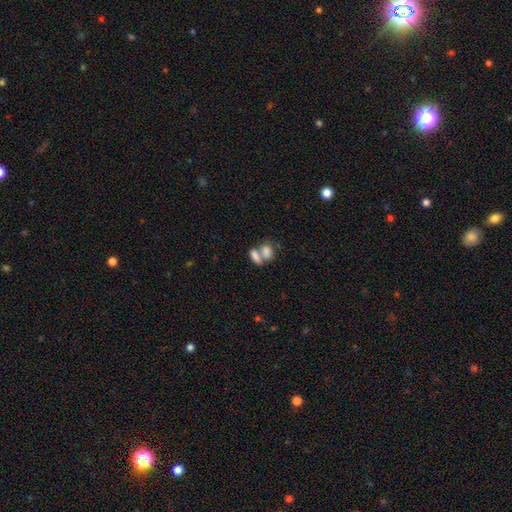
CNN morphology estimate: A smooth galaxy with no disk features (78%) that is in between round and cigar-shaped (83%). Merging: merger (62%).